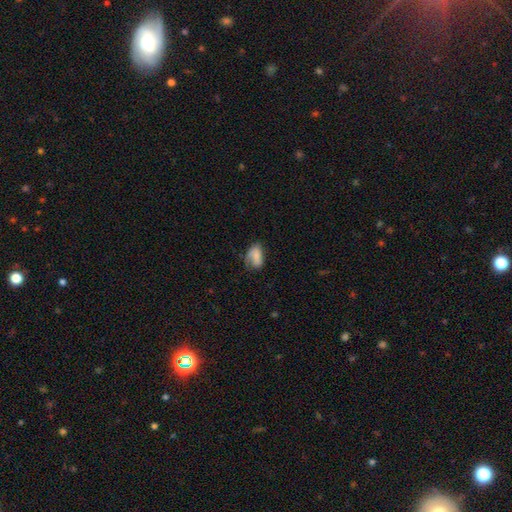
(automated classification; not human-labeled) Q: Smooth or featured?
A: smooth (74%); runner-up: featured or disk (18%)
Q: How rounded?
A: in between (89%); runner-up: round (9%)
Q: Merging?
A: none (43%); runner-up: minor disturbance (33%)